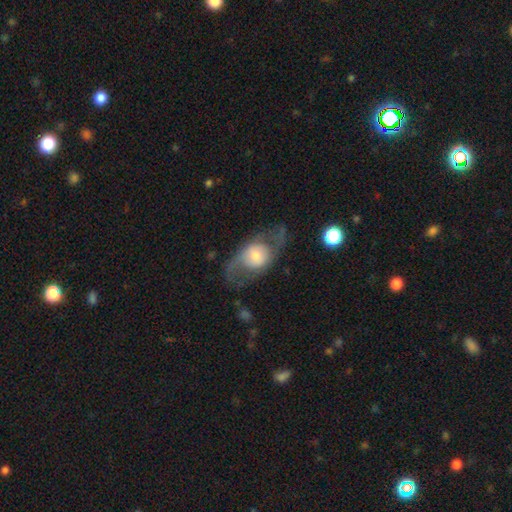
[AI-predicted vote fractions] smooth-or-featured: featured or disk: 58% | smooth: 35% | star or artifact: 7%
  disk-edge-on: no: 88% | yes: 12%
    bar: no: 70% | weak: 24% | strong: 7%
    has-spiral-arms: yes: 59% | no: 41%
    bulge-size: moderate: 46% | large: 25% | small: 23% | dominant: 5% | none: 2%
  merging: none: 56% | major disturbance: 23% | minor disturbance: 19% | merger: 2%